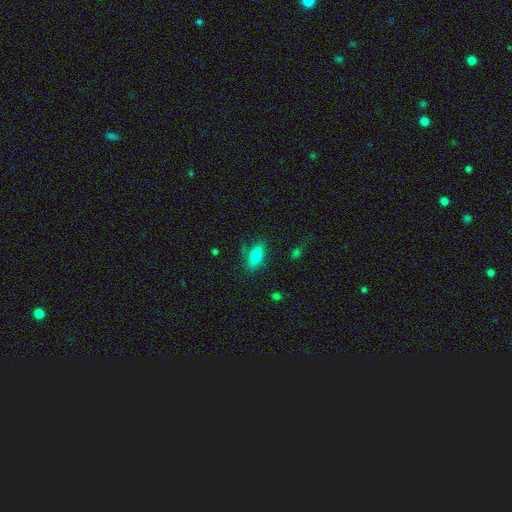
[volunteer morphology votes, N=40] Volunteers were most divided on "merging": none: 59%, minor disturbance: 22%, major disturbance: 16%, merger: 3%. More confident: how rounded — in between (87%); smooth or featured — smooth (78%).